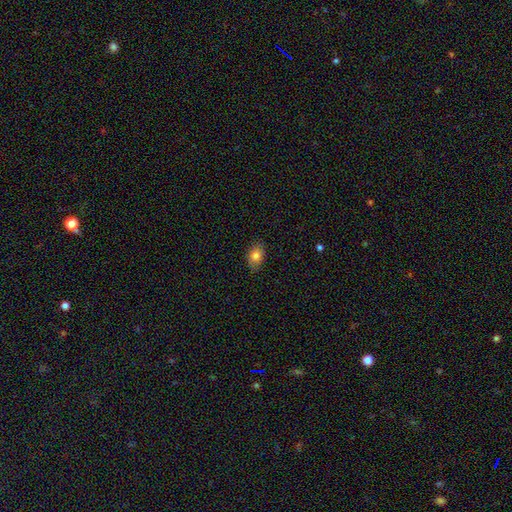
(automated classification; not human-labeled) smooth 81%, featured or disk 10%, star or artifact 9%. Down the decision tree: how rounded — in between (80%); merging — none (84%).